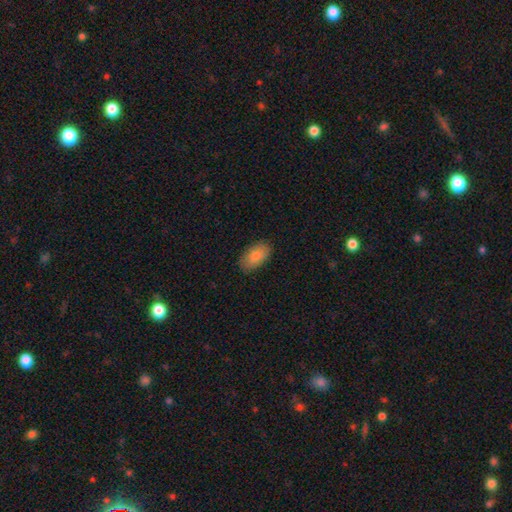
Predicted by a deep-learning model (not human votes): smooth_or_featured: smooth (p=0.82) [alt: featured or disk p=0.11]
how_rounded: in between (p=0.94) [alt: round p=0.04]
merging: none (p=0.87) [alt: minor disturbance p=0.10]